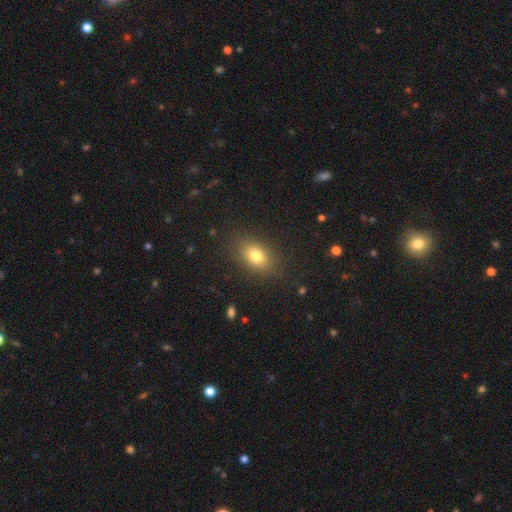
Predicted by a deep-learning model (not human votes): Q: Smooth or featured?
A: smooth (78%); runner-up: star or artifact (11%)
Q: How rounded?
A: in between (79%); runner-up: round (19%)
Q: Merging?
A: none (86%); runner-up: minor disturbance (9%)